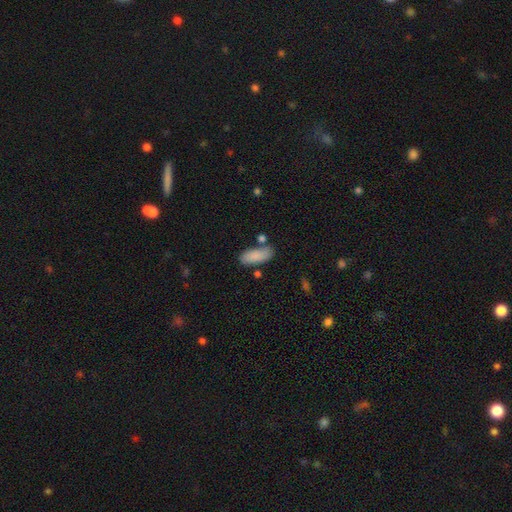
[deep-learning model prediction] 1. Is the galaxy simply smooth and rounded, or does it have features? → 87% smooth, 7% featured or disk, 6% star or artifact.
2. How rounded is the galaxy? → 81% in between, 16% cigar-shaped, 2% round.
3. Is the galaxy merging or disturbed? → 71% none, 15% minor disturbance, 10% merger, 4% major disturbance.